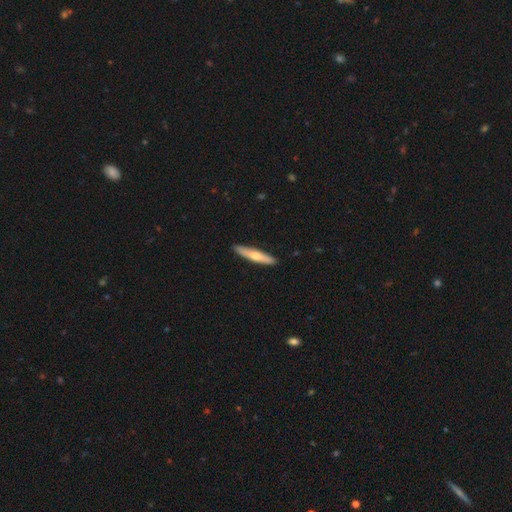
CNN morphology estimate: Smooth or featured? smooth (57%)
How rounded? cigar-shaped (89%)
Merging? none (91%)